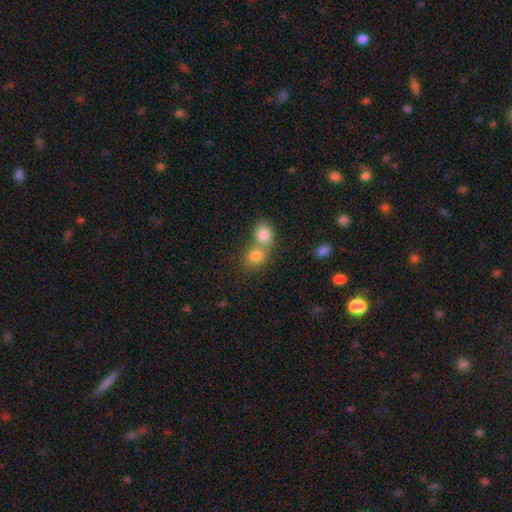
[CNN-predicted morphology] Smooth or featured? smooth (80%)
How rounded? round (65%)
Merging? merger (61%)